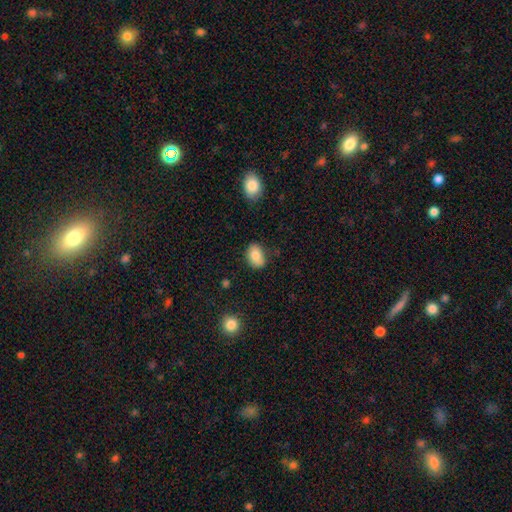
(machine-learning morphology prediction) Smooth or featured? Predicted: smooth (p=0.84). How rounded? Predicted: in between (p=0.80). Merging? Predicted: none (p=0.74).